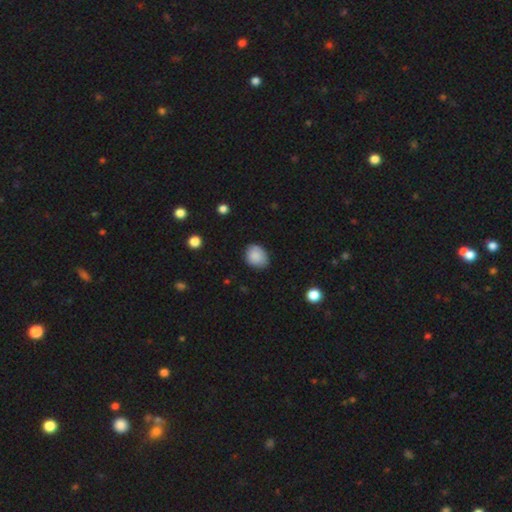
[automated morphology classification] This is clearly a smooth galaxy (87%). How rounded: possibly in between (56%). Merging: likely none (75%).